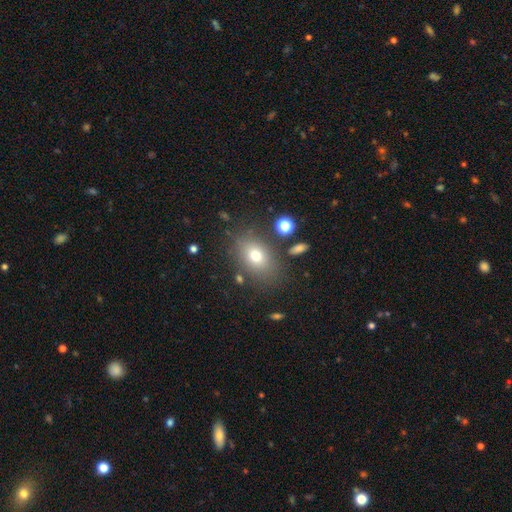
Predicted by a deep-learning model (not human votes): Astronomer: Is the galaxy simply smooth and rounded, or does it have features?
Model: smooth — 72%.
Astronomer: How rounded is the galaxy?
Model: in between — 71%.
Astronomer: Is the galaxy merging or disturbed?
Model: none — 77%.